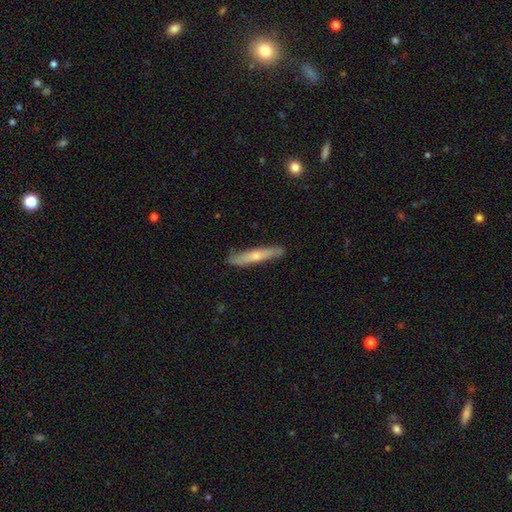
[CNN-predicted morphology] A featured or disk galaxy (50%) viewed edge-on (83%).

Vote fractions:
- Smooth or featured? featured or disk: 50% / smooth: 44% / star or artifact: 6%
- Edge-on disk? yes: 83% / no: 17%
- Merging? none: 83% / minor disturbance: 14% / major disturbance: 2% / merger: 1%